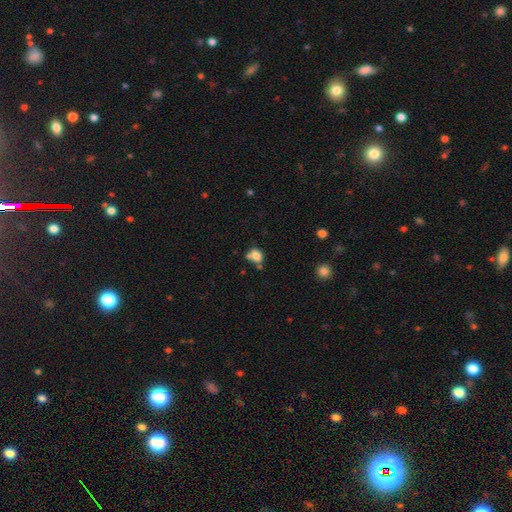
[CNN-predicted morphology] This appears to be a smooth galaxy with no disk features (78%) that is in between round and cigar-shaped (56%). Merging: none (45%).